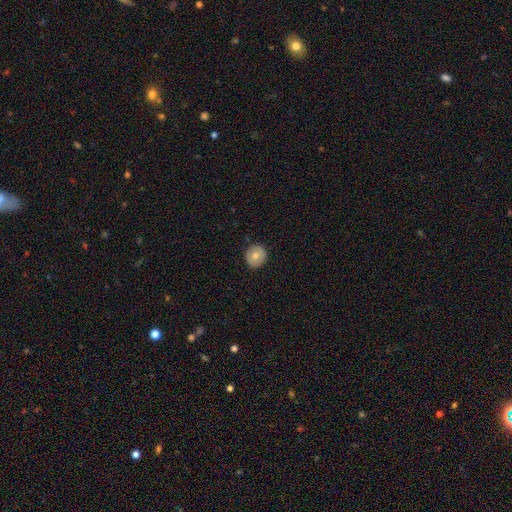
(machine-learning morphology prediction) Smooth or featured?
  - smooth: 67% *
  - featured or disk: 26%
  - star or artifact: 7%
How rounded?
  - round: 92% *
  - in between: 7%
  - cigar-shaped: 1%
Merging?
  - none: 90% *
  - minor disturbance: 7%
  - major disturbance: 2%
  - merger: 1%